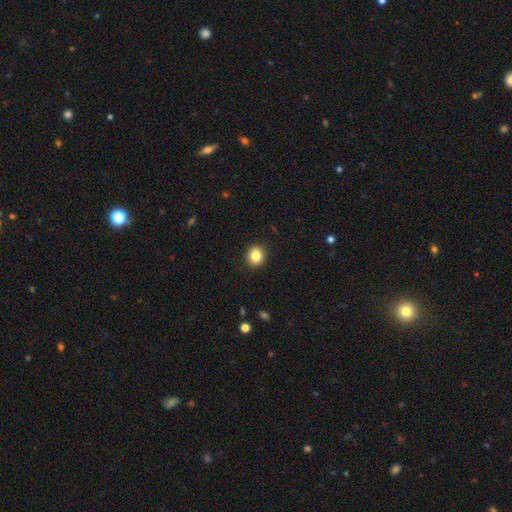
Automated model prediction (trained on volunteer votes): Smooth or featured? Predicted: smooth (p=0.84). How rounded? Predicted: round (p=0.78). Merging? Predicted: none (p=0.91).